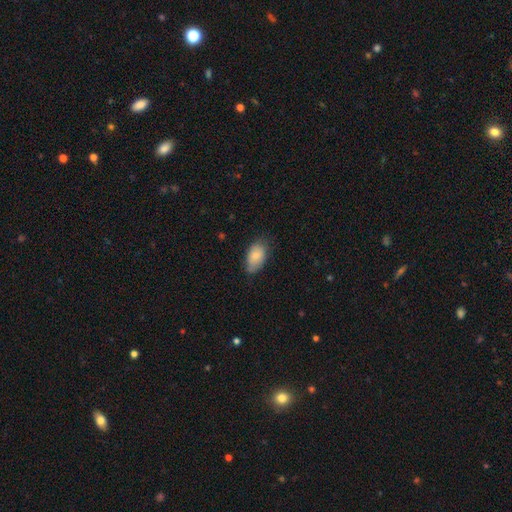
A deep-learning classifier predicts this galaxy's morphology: Overall: smooth (83%). How rounded: in between (93%). Merging: none (67%).